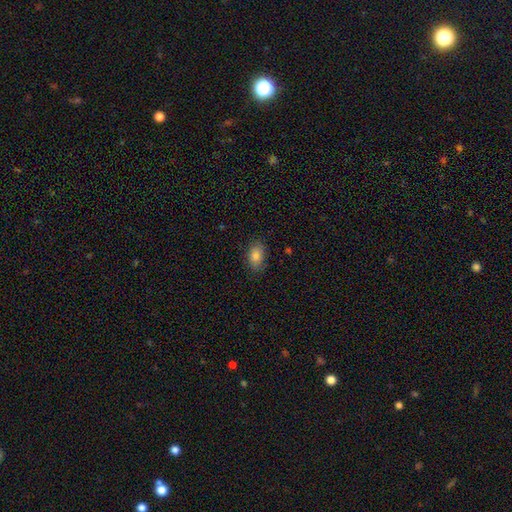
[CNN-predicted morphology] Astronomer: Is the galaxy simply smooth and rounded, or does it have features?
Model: smooth — 82%.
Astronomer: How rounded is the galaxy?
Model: in between — 87%.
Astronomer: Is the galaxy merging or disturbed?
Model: none — 83%.